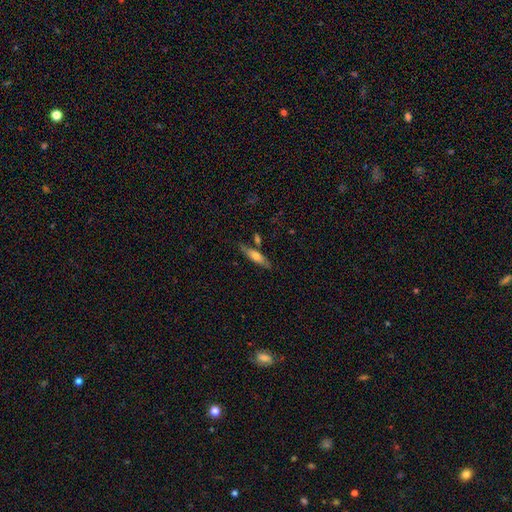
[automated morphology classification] This is possibly a smooth galaxy (57%). How rounded: likely cigar-shaped (69%). Merging: likely none (71%).